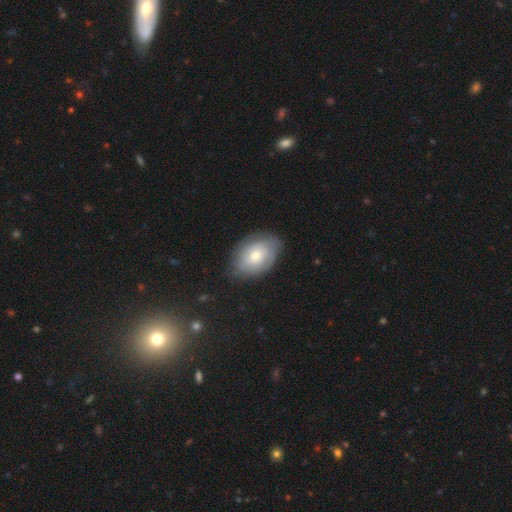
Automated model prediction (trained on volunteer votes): This is possibly a featured or disk galaxy (51%). It is clearly not viewed edge-on (95%). Merging: likely none (72%).